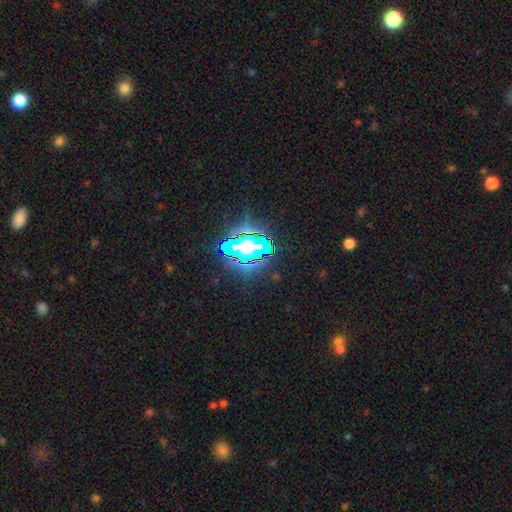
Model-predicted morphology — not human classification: star or artifact 66%, smooth 19%, featured or disk 15%.